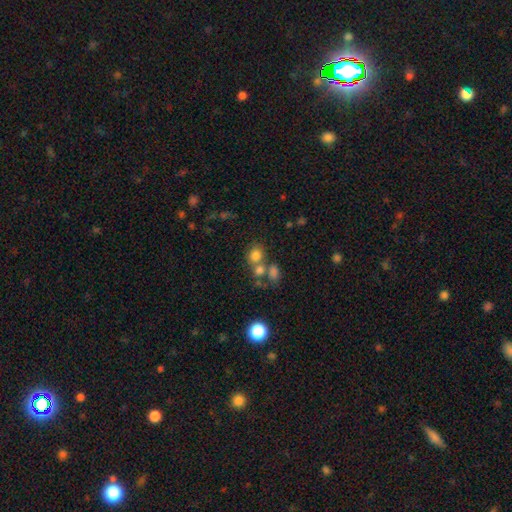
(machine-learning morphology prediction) Smooth or featured? Predicted: smooth (p=0.74). How rounded? Predicted: round (p=0.68). Merging? Predicted: none (p=0.45).